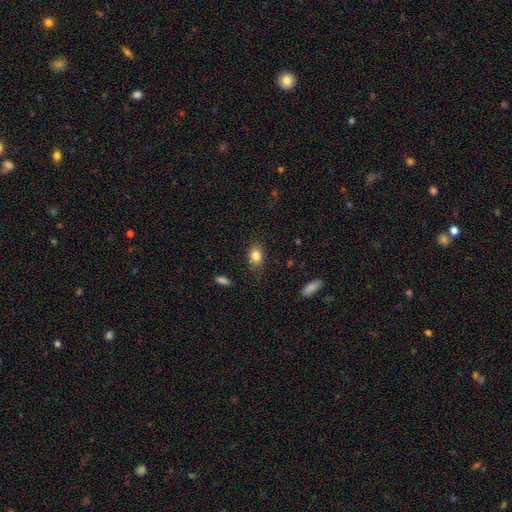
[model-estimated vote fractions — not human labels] smooth-or-featured: smooth: 83% | star or artifact: 9% | featured or disk: 8%
  how-rounded: in between: 75% | round: 24% | cigar-shaped: 2%
  merging: none: 80% | minor disturbance: 15% | major disturbance: 4% | merger: 1%